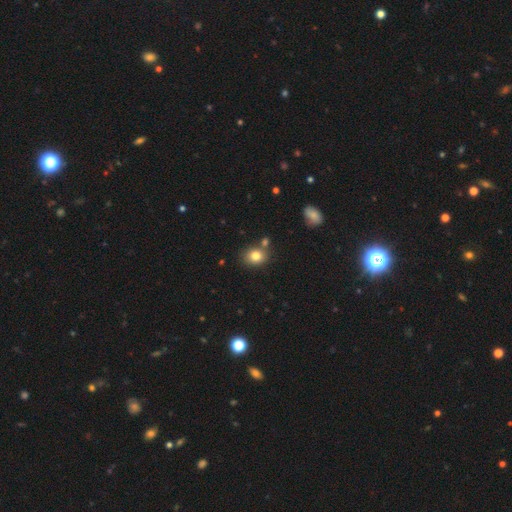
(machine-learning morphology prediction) A smooth galaxy with no disk features (81%) that is round (56%).

Vote fractions:
- Smooth or featured? smooth: 81% / star or artifact: 11% / featured or disk: 9%
- How rounded? round: 56% / in between: 43% / cigar-shaped: 1%
- Merging? none: 72% / merger: 14% / minor disturbance: 11% / major disturbance: 3%